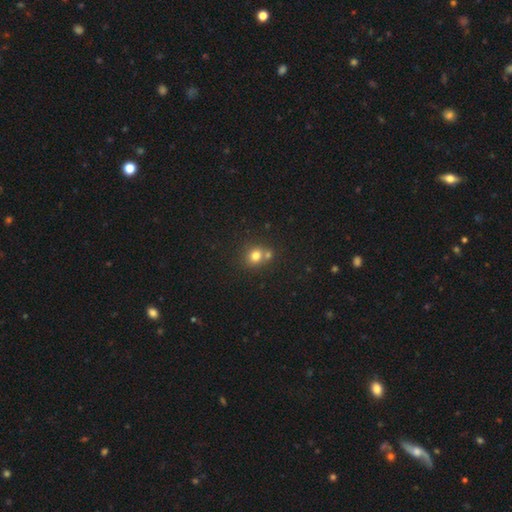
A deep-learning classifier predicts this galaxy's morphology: smooth-or-featured: smooth: 77% | star or artifact: 13% | featured or disk: 10%
  how-rounded: round: 75% | in between: 24% | cigar-shaped: 1%
  merging: none: 51% | merger: 37% | minor disturbance: 8% | major disturbance: 3%